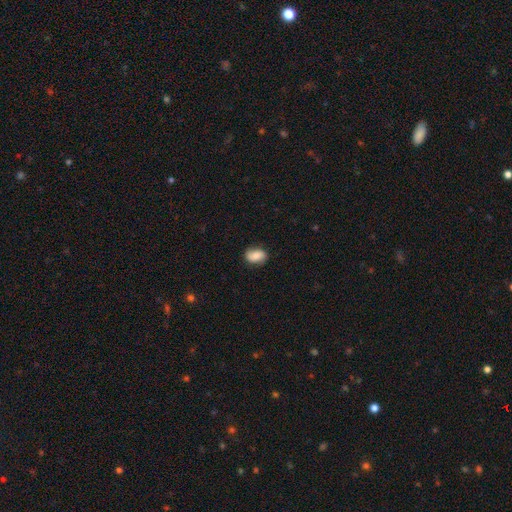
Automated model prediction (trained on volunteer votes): Overall: smooth (68%). How rounded: in between (82%). Merging: none (80%).